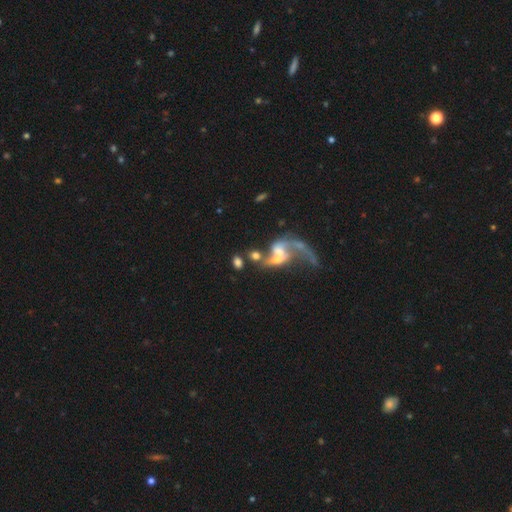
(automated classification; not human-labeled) This appears to be a featured or disk galaxy (53%). Merging: merger (56%).